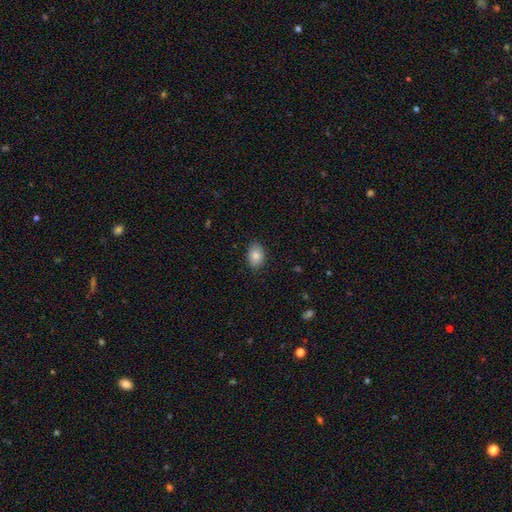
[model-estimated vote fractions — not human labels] A smooth galaxy with no disk features (85%) that is in between round and cigar-shaped (80%). Merging: none (87%).